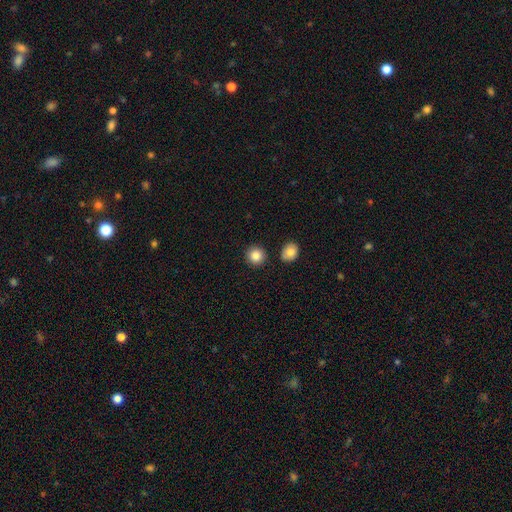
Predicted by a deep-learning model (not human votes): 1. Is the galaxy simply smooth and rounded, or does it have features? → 86% smooth, 9% star or artifact, 5% featured or disk.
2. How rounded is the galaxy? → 91% round, 8% in between, 1% cigar-shaped.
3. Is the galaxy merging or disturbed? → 88% none, 6% minor disturbance, 4% merger, 2% major disturbance.